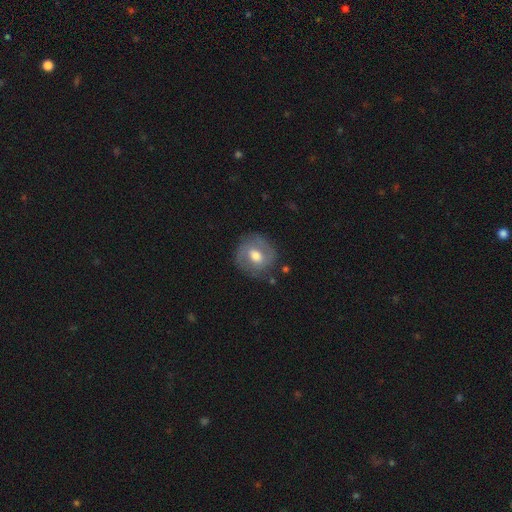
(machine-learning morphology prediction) The model was most divided on "bar": weak: 47%, no: 40%, strong: 13%. More confident: edge-on disk — no (96%); merging — none (77%); spiral arms — yes (73%); bulge size — moderate (70%); smooth or featured — featured or disk (58%).